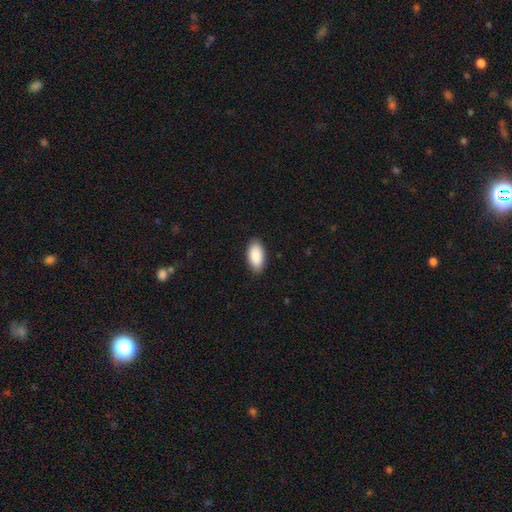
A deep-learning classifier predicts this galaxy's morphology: A smooth galaxy with no disk features (90%) that is in between round and cigar-shaped (93%).

Vote fractions:
- Smooth or featured? smooth: 90% / star or artifact: 6% / featured or disk: 4%
- How rounded? in between: 93% / cigar-shaped: 5% / round: 2%
- Merging? none: 87% / minor disturbance: 10% / major disturbance: 2% / merger: 1%